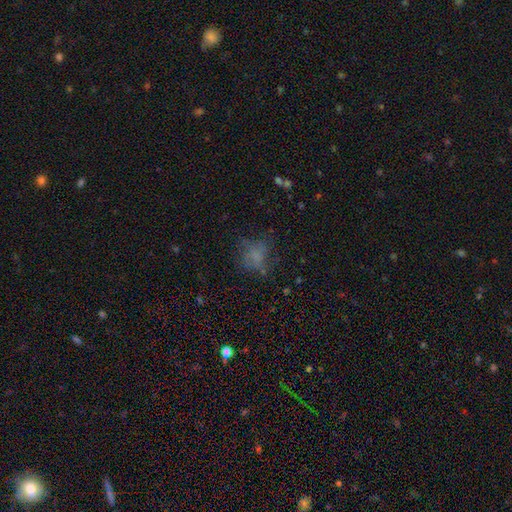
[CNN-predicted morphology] A smooth galaxy with no disk features (53%) that is round (54%).

Vote fractions:
- Smooth or featured? smooth: 53% / featured or disk: 27% / star or artifact: 19%
- How rounded? round: 54% / in between: 45% / cigar-shaped: 2%
- Merging? none: 54% / major disturbance: 23% / minor disturbance: 21% / merger: 2%